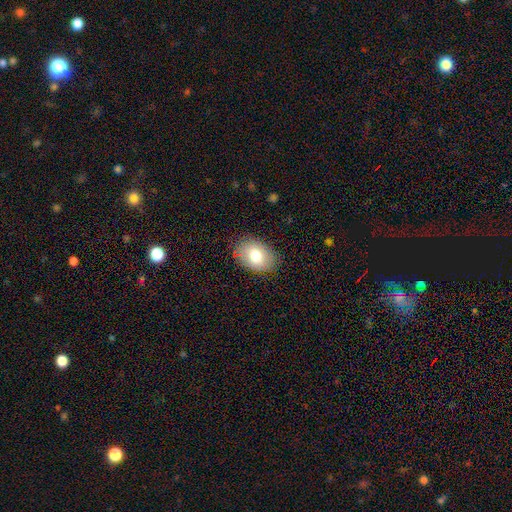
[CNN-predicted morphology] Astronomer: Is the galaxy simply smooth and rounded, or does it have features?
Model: smooth — 76%.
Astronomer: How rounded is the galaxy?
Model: in between — 81%.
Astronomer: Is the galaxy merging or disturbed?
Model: none — 84%.